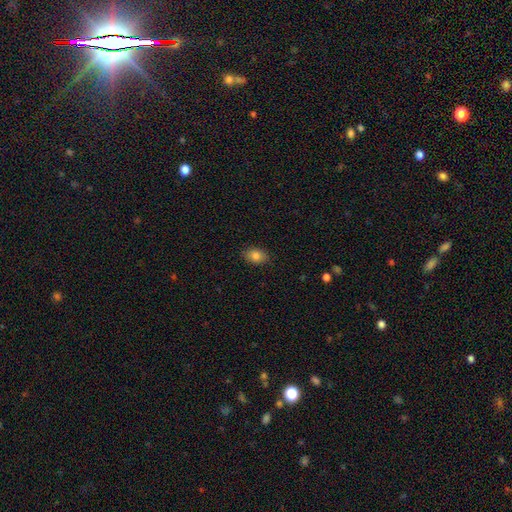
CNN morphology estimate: This is clearly a smooth galaxy (83%). How rounded: clearly in between (82%). Merging: clearly none (86%).